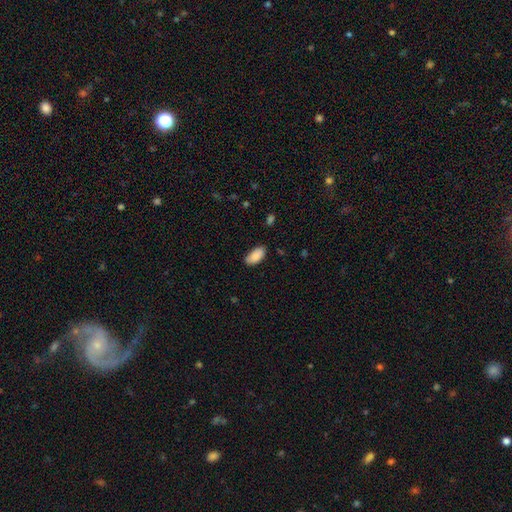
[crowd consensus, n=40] smooth_or_featured: smooth (p=0.93) [alt: featured or disk p=0.07]
how_rounded: in between (p=0.97) [alt: cigar-shaped p=0.03]
merging: none (p=0.82) [alt: minor disturbance p=0.12]